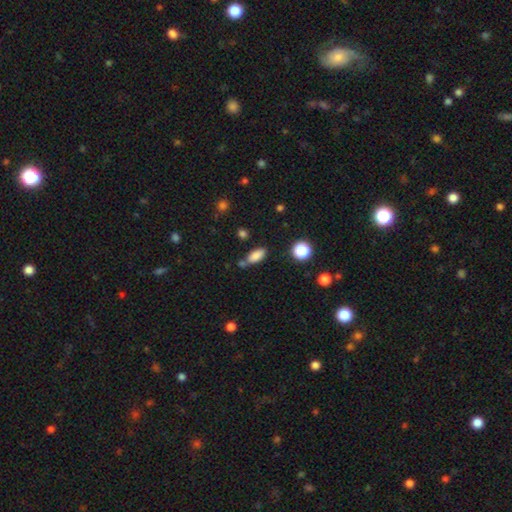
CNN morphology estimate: A smooth galaxy with no disk features (83%) that is in between round and cigar-shaped (85%). Merging: none (63%).